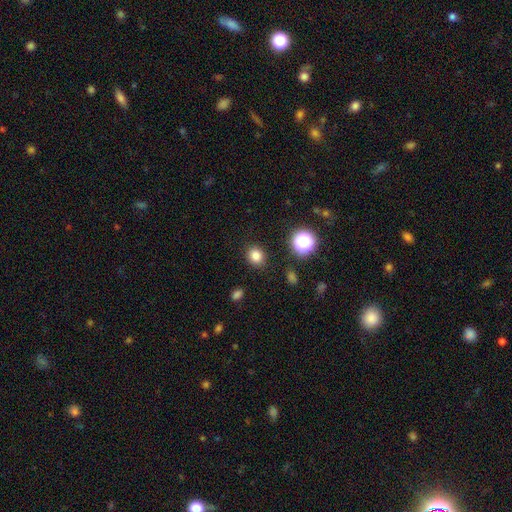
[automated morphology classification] The model was most divided on "how rounded": round: 78%, in between: 21%, cigar-shaped: 1%. More confident: merging — none (89%); smooth or featured — smooth (81%).